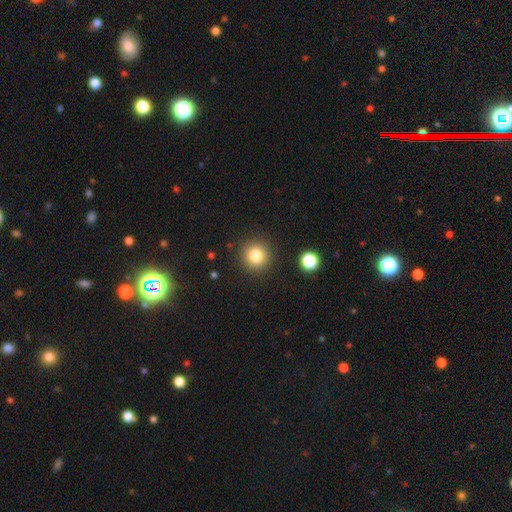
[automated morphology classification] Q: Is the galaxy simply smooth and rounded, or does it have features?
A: smooth — 81%.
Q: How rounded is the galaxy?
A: round — 94%.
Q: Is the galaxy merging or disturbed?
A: none — 89%.